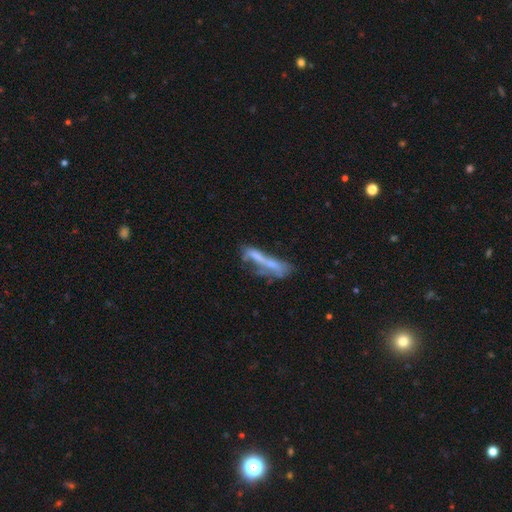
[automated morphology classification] smooth_or_featured: featured or disk (p=0.48) [alt: smooth p=0.41]
merging: none (p=0.36) [alt: major disturbance p=0.23]